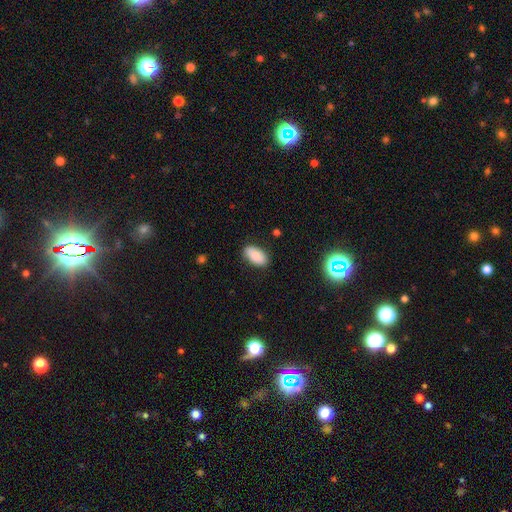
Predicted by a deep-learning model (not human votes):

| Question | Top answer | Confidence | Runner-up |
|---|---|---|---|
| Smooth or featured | smooth | 79% | featured or disk (13%) |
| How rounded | in between | 93% | round (4%) |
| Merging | none | 85% | minor disturbance (11%) |